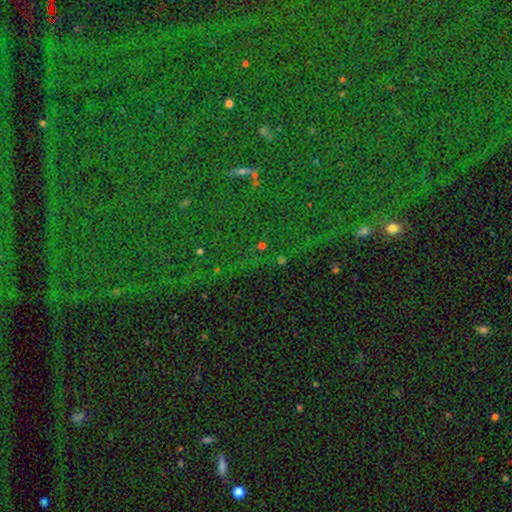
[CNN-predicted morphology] A star or artifact, not a galaxy (85%).